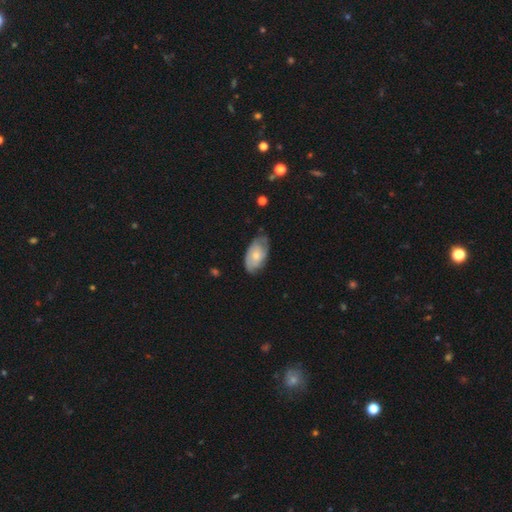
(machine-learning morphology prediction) Q: Smooth or featured?
A: smooth (49%); runner-up: featured or disk (46%)
Q: Merging?
A: none (64%); runner-up: minor disturbance (29%)